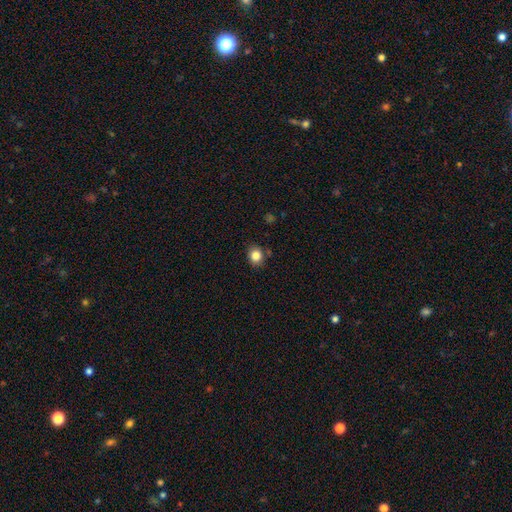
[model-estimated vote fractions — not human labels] smooth_or_featured: smooth (p=0.83) [alt: star or artifact p=0.11]
how_rounded: round (p=0.70) [alt: in between p=0.29]
merging: none (p=0.83) [alt: minor disturbance p=0.12]